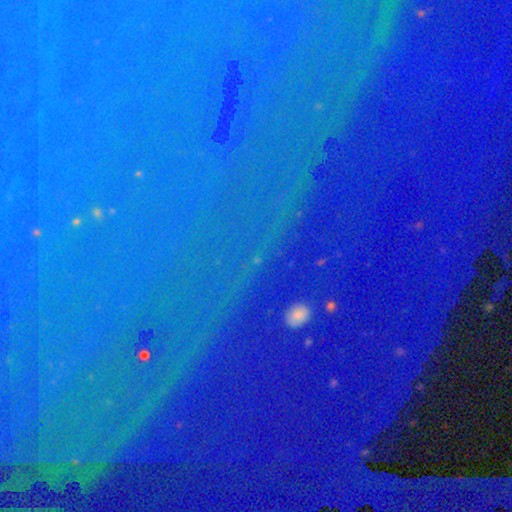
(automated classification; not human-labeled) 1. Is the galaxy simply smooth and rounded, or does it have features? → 86% star or artifact, 7% featured or disk, 7% smooth.